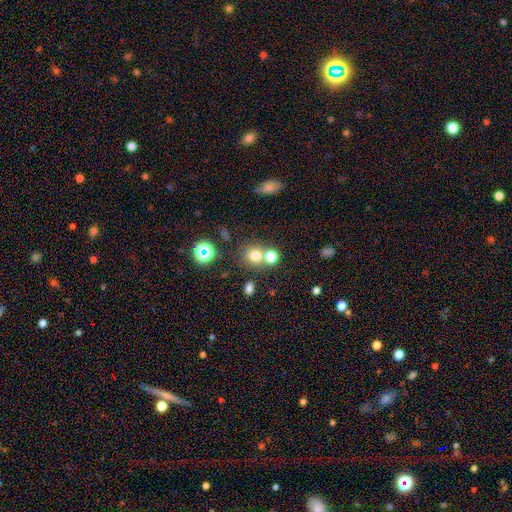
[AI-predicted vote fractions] This appears to be a smooth galaxy with no disk features (71%) that is round (81%). Merging: none (59%).